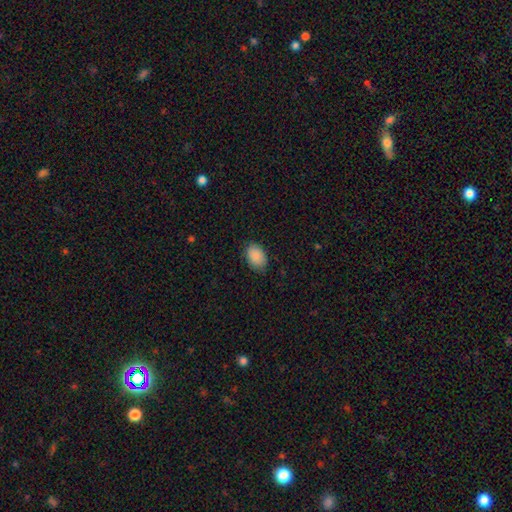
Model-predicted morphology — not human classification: A smooth galaxy with no disk features (89%) that is in between round and cigar-shaped (86%). Merging: none (83%).